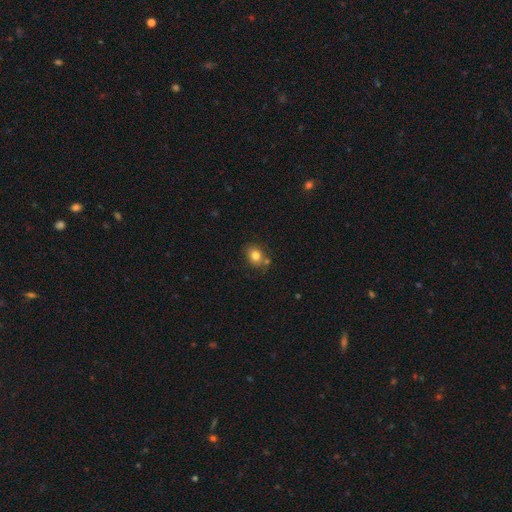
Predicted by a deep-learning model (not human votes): This appears to be a smooth galaxy with no disk features (80%) that is round (51%). Merging: none (67%).